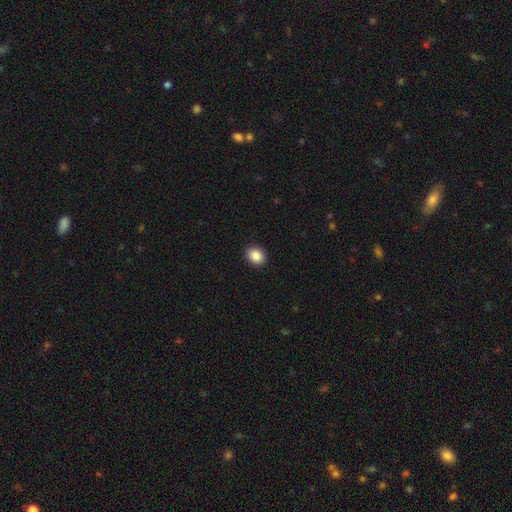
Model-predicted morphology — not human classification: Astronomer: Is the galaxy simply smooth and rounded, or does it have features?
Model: smooth — 88%.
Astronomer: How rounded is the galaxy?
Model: in between — 51% (runner-up: round, 48%).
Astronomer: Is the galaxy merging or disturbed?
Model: none — 91%.